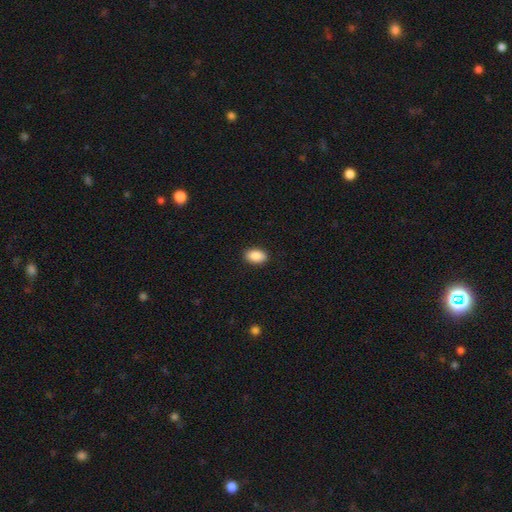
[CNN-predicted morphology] smooth_or_featured: smooth (p=0.89) [alt: star or artifact p=0.07]
how_rounded: in between (p=0.91) [alt: round p=0.07]
merging: none (p=0.90) [alt: minor disturbance p=0.07]